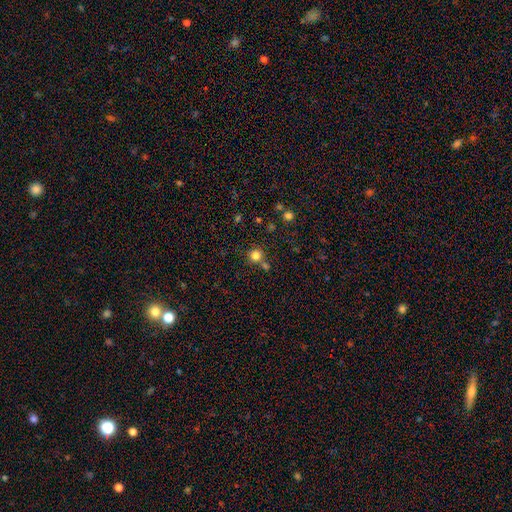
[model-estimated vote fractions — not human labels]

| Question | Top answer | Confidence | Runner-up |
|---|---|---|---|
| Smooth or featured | smooth | 81% | star or artifact (14%) |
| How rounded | round | 93% | in between (6%) |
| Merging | none | 72% | merger (16%) |